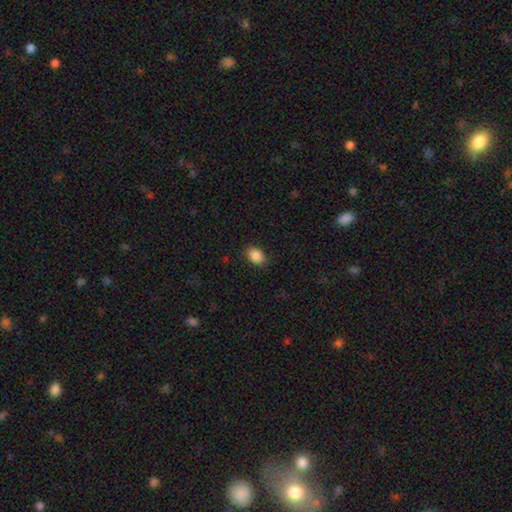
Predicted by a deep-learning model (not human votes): Q: Smooth or featured?
A: smooth (88%); runner-up: star or artifact (8%)
Q: How rounded?
A: in between (79%); runner-up: round (20%)
Q: Merging?
A: none (88%); runner-up: minor disturbance (9%)